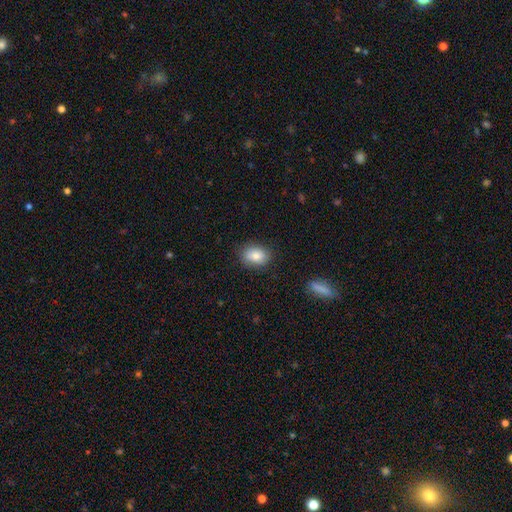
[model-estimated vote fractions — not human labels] A smooth galaxy with no disk features (83%) that is in between round and cigar-shaped (74%).

Vote fractions:
- Smooth or featured? smooth: 83% / featured or disk: 8% / star or artifact: 8%
- How rounded? in between: 74% / round: 25% / cigar-shaped: 1%
- Merging? none: 85% / minor disturbance: 11% / major disturbance: 3% / merger: 1%